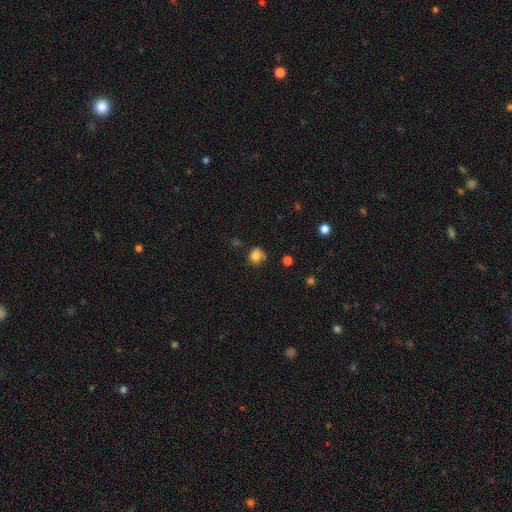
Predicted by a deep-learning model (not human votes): smooth_or_featured: smooth (p=0.76) [alt: featured or disk p=0.13]
how_rounded: round (p=0.71) [alt: in between p=0.28]
merging: none (p=0.52) [alt: minor disturbance p=0.29]